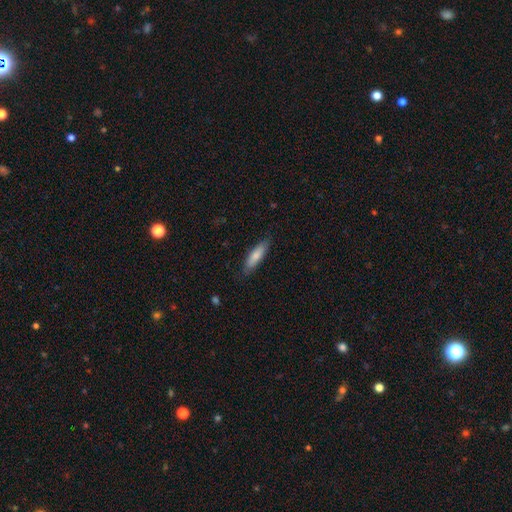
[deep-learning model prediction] Smooth or featured?
  - smooth: 78% *
  - featured or disk: 17%
  - star or artifact: 5%
How rounded?
  - cigar-shaped: 63% *
  - in between: 36%
  - round: 1%
Merging?
  - none: 83% *
  - minor disturbance: 14%
  - major disturbance: 3%
  - merger: 1%